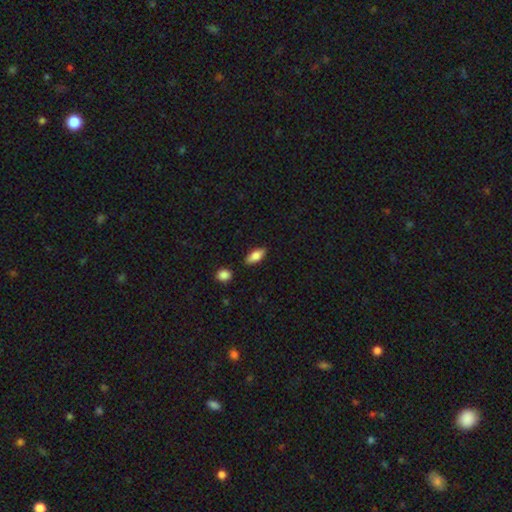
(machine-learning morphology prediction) smooth_or_featured: smooth (p=0.80) [alt: featured or disk p=0.14]
how_rounded: in between (p=0.83) [alt: cigar-shaped p=0.14]
merging: none (p=0.85) [alt: minor disturbance p=0.10]